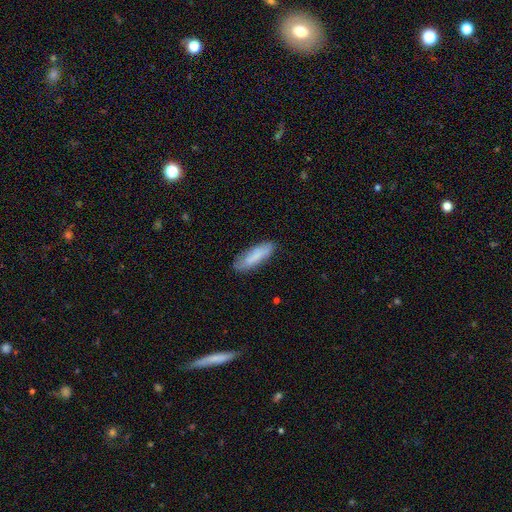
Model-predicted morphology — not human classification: Q: Smooth or featured?
A: smooth (76%); runner-up: featured or disk (17%)
Q: How rounded?
A: cigar-shaped (52%); runner-up: in between (46%)
Q: Merging?
A: none (77%); runner-up: minor disturbance (18%)